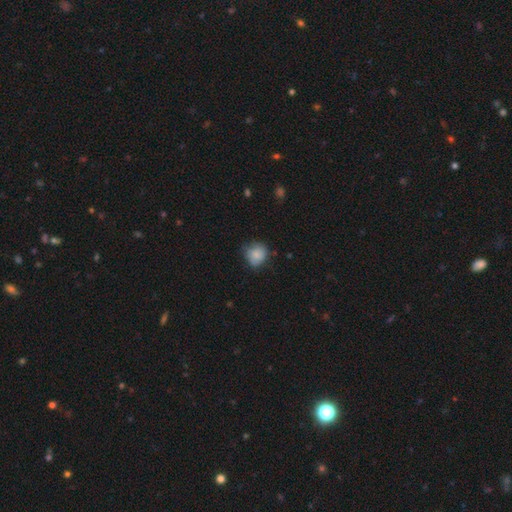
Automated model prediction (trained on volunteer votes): The model was most divided on "merging": none: 59%, minor disturbance: 32%, major disturbance: 8%, merger: 2%. More confident: smooth or featured — smooth (82%); how rounded — round (76%).